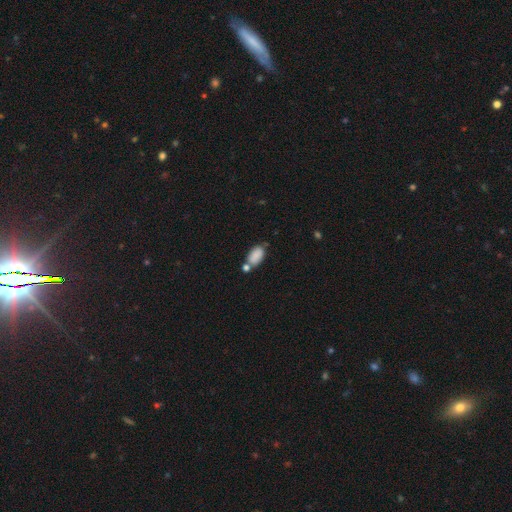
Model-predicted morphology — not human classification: Overall: smooth (85%). How rounded: in between (93%). Merging: none (51%; merger 29%).